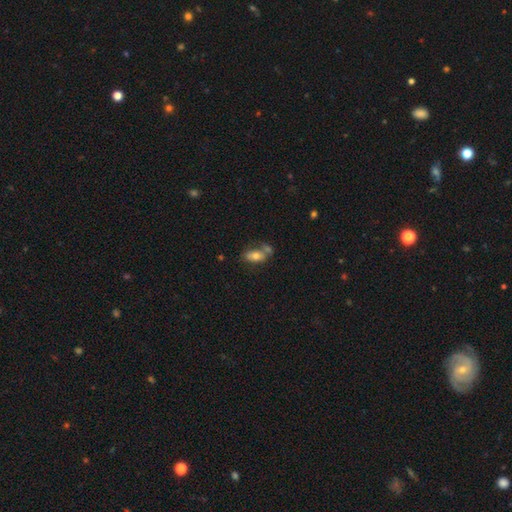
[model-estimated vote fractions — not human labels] Smooth or featured? Predicted: smooth (p=0.70). How rounded? Predicted: in between (p=0.87). Merging? Predicted: none (p=0.43).